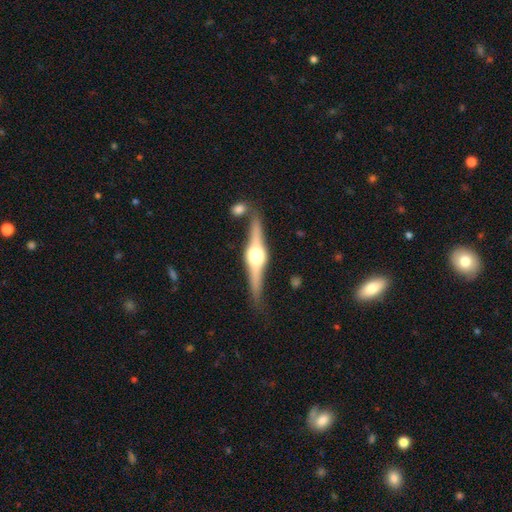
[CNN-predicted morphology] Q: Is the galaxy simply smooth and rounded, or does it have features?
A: featured or disk — 85%.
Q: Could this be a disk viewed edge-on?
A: yes — 98%.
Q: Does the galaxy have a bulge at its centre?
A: rounded — 93%.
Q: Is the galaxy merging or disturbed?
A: none — 79%.